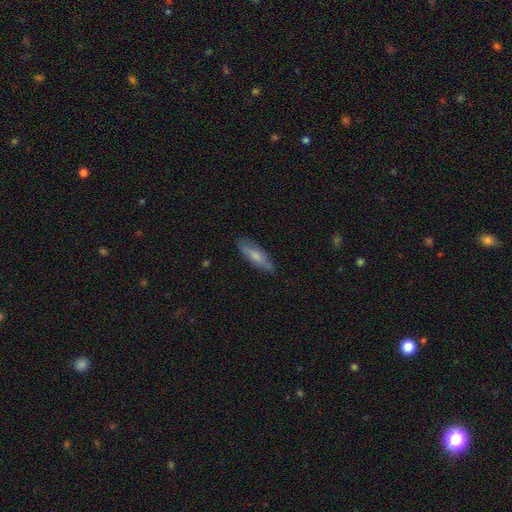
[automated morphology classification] smooth_or_featured: smooth (p=0.63) [alt: featured or disk p=0.31]
how_rounded: cigar-shaped (p=0.56) [alt: in between p=0.42]
merging: none (p=0.79) [alt: minor disturbance p=0.17]